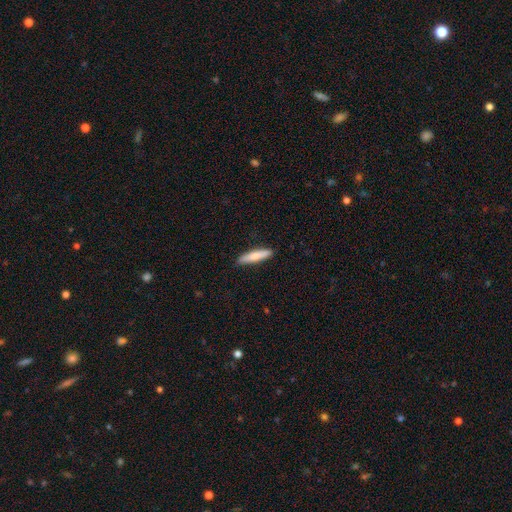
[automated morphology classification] smooth 77%, featured or disk 18%, star or artifact 5%. Down the decision tree: how rounded — cigar-shaped (85%); merging — none (89%).